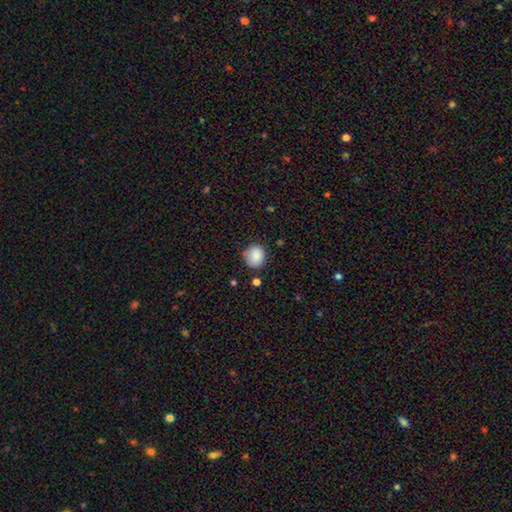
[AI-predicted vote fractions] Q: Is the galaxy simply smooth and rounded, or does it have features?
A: smooth — 88%.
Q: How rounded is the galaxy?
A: round — 84%.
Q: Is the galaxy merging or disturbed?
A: none — 81%.